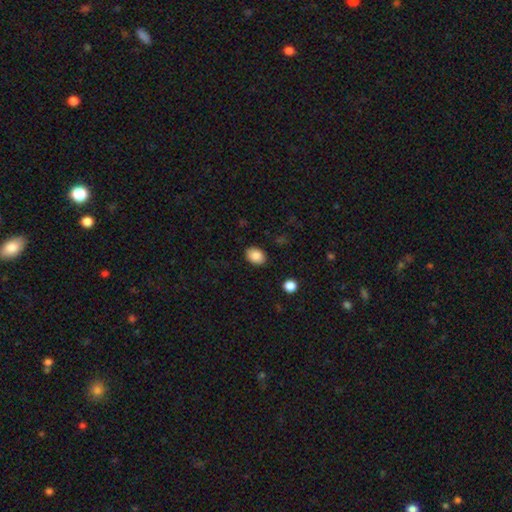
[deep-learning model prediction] Smooth or featured: smooth — 86% (star or artifact — 8%)
How rounded: in between — 74% (round — 25%)
Merging: none — 88% (minor disturbance — 9%)